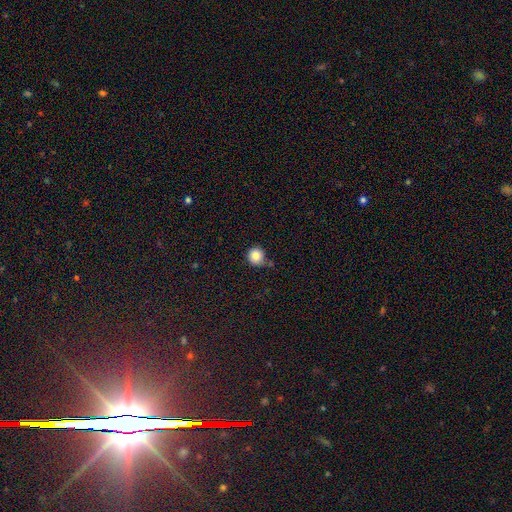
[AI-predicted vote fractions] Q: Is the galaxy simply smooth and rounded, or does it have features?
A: smooth — 83%.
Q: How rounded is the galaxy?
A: round — 92%.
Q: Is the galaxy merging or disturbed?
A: none — 70%.